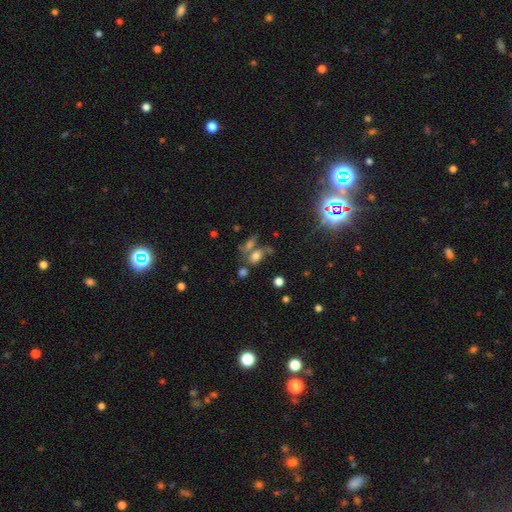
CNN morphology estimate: This is likely a smooth galaxy (65%). How rounded: likely in between (74%). Merging: marginally none (41%).